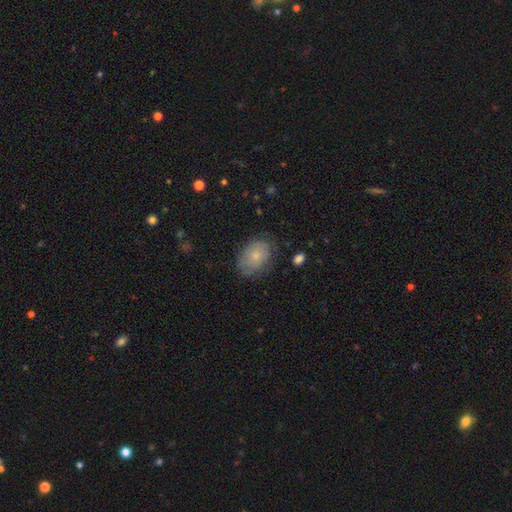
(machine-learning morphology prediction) smooth 72%, featured or disk 20%, star or artifact 8%. Down the decision tree: how rounded — in between (78%); merging — none (73%).